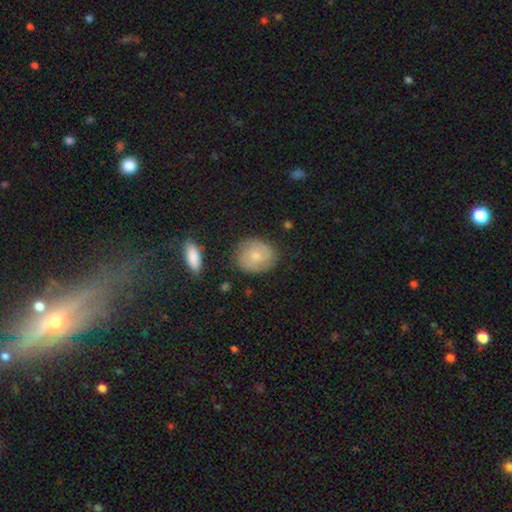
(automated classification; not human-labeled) smooth 58%, featured or disk 35%, star or artifact 7%. Down the decision tree: how rounded — round (62%); merging — none (79%).